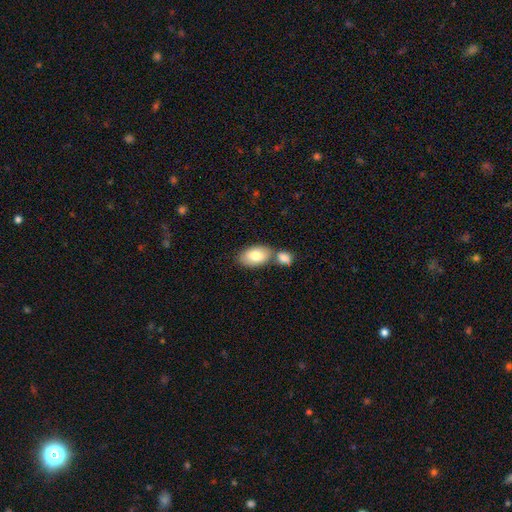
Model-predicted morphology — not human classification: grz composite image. It shows a smooth galaxy with no disk features (80%) that is in between round and cigar-shaped (92%). Merging: none (51%).